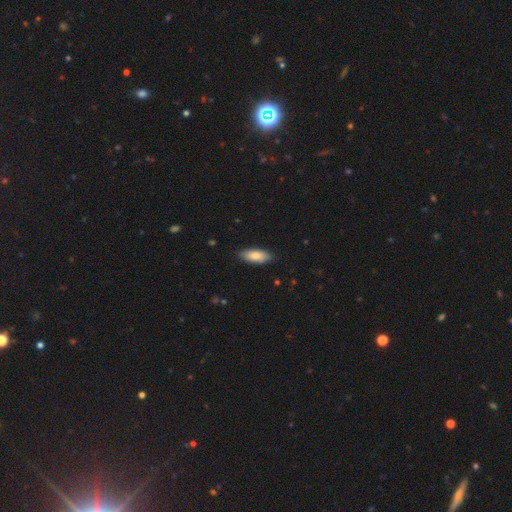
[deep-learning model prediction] Q: Smooth or featured?
A: smooth (83%); runner-up: featured or disk (11%)
Q: How rounded?
A: in between (81%); runner-up: cigar-shaped (17%)
Q: Merging?
A: none (87%); runner-up: minor disturbance (10%)